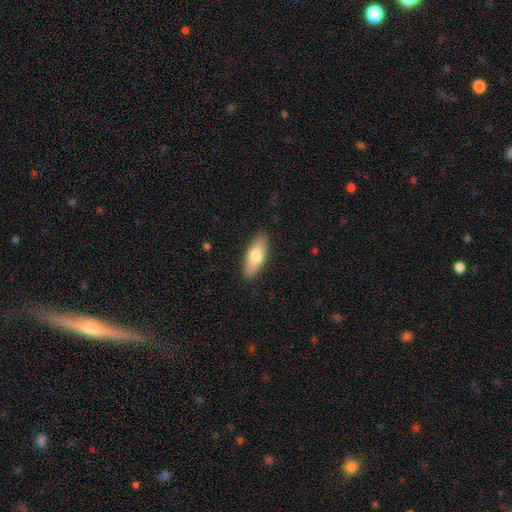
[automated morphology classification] Smooth or featured? smooth (74%)
How rounded? in between (75%)
Merging? none (88%)